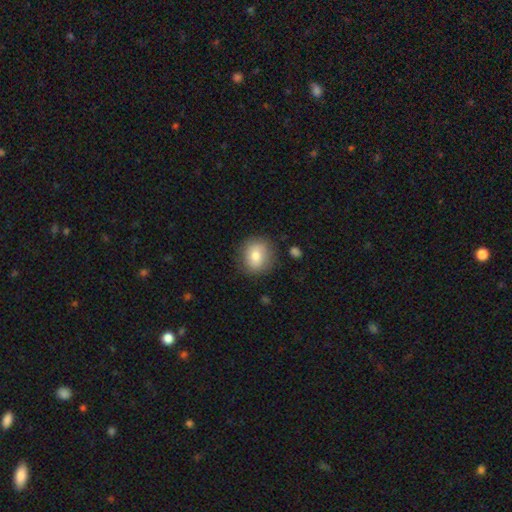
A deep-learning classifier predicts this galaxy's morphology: Overall: smooth (78%). How rounded: round (76%). Merging: none (82%).